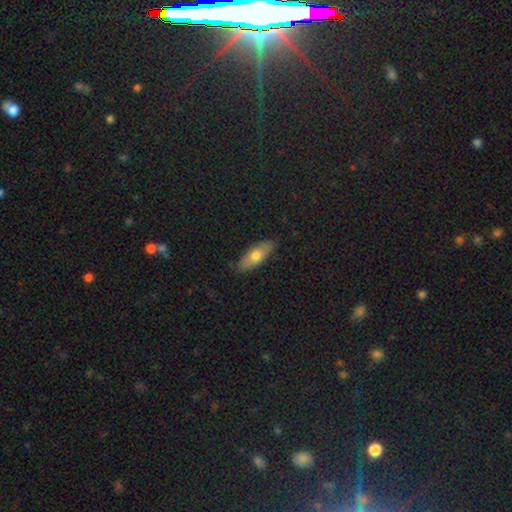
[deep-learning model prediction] A smooth galaxy with no disk features (70%) that is in between round and cigar-shaped (71%). Merging: none (84%).